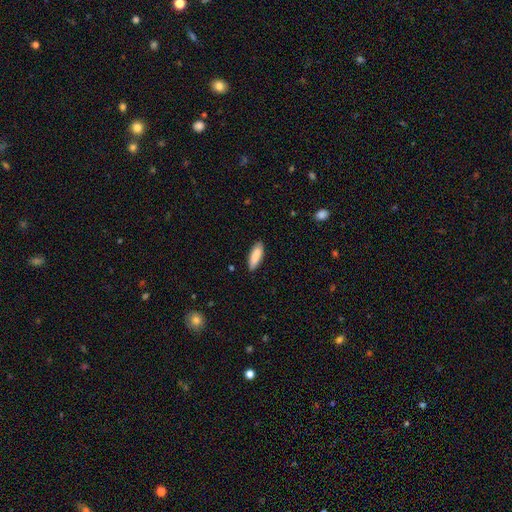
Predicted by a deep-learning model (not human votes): This is clearly a smooth galaxy (88%). How rounded: likely in between (62%). Merging: clearly none (85%).